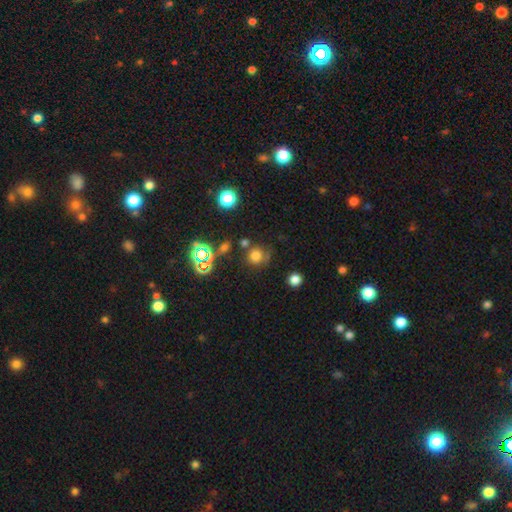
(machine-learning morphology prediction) The model was most divided on "smooth or featured": smooth: 67%, star or artifact: 24%, featured or disk: 9%. More confident: how rounded — round (89%); merging — none (66%).